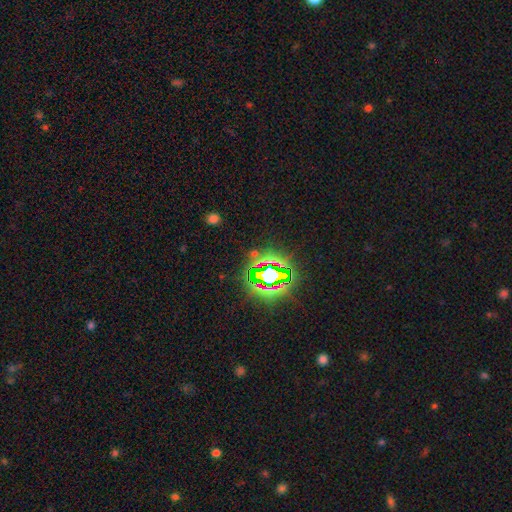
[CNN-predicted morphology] Q: Smooth or featured?
A: star or artifact (78%); runner-up: smooth (13%)